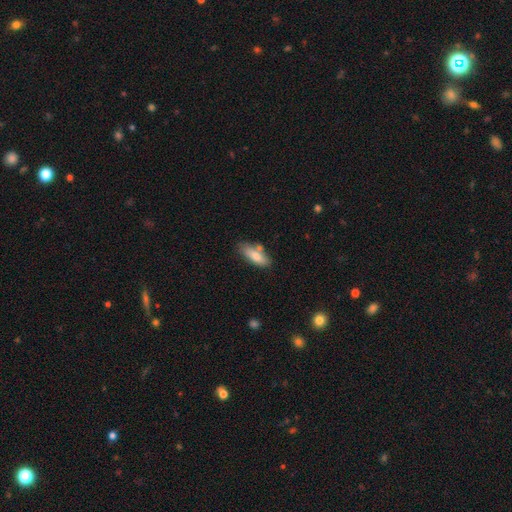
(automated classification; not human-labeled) A smooth galaxy with no disk features (78%) that is in between round and cigar-shaped (70%). Merging: none (67%).